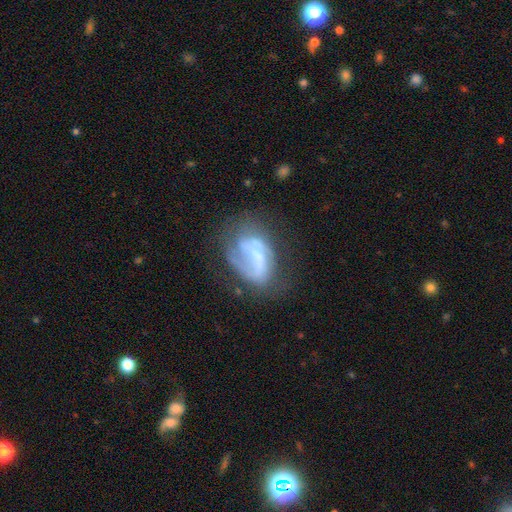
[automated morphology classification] This appears to be a featured or disk galaxy (69%) with a weak bar (42%), 2 (37%) medium (39%) spiral arms (75%) and a small central bulge (42%). Merging: none (45%).